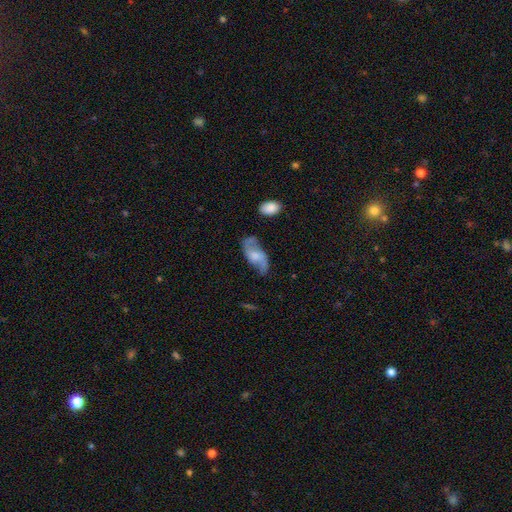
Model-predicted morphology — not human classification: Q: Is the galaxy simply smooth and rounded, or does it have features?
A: featured or disk — 71%.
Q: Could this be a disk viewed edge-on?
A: no — 93%.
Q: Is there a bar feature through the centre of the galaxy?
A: no — 50%.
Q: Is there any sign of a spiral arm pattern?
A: yes — 91%.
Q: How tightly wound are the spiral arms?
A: loose — 68%.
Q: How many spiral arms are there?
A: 2 — 91%.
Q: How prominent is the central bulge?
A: moderate — 36%.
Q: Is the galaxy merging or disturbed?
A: none — 63%.